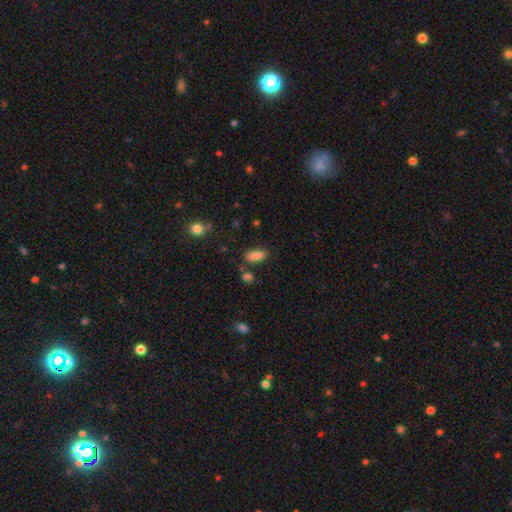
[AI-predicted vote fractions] This is clearly a smooth galaxy (85%). How rounded: clearly in between (89%). Merging: likely none (75%).